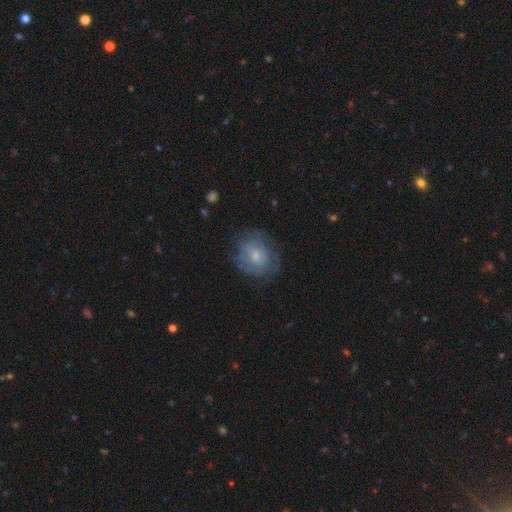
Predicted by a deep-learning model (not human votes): Smooth or featured? smooth (47%)
Merging? none (67%)